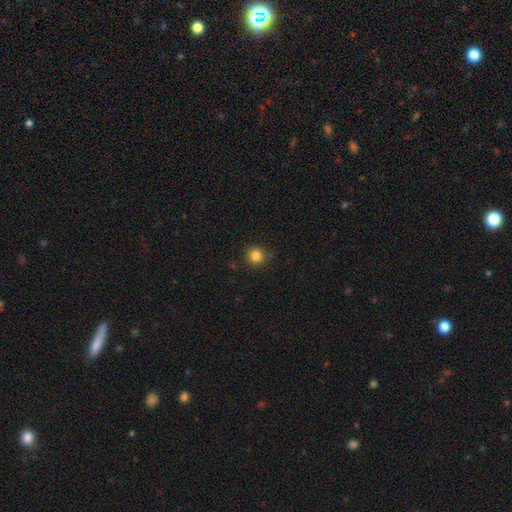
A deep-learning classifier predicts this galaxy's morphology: A smooth galaxy with no disk features (84%) that is round (93%). Merging: none (85%).